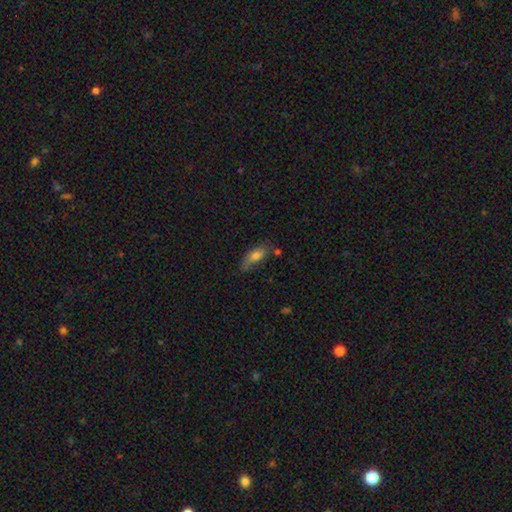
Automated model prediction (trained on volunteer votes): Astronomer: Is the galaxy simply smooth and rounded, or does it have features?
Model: smooth — 73%.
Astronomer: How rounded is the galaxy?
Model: in between — 73%.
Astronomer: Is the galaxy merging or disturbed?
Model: none — 57%.